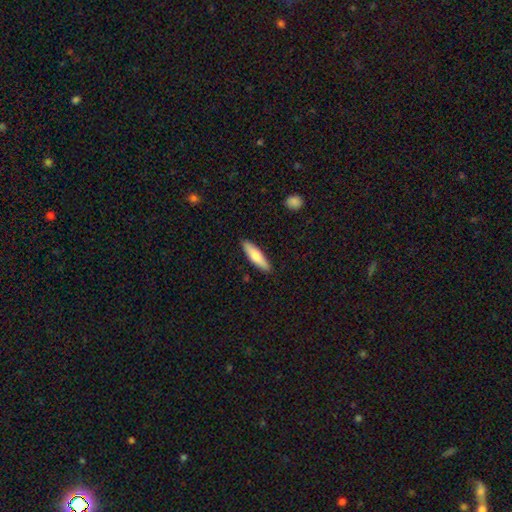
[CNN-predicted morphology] A smooth galaxy with no disk features (68%) that is cigar-shaped (68%).

Vote fractions:
- Smooth or featured? smooth: 68% / featured or disk: 26% / star or artifact: 5%
- How rounded? cigar-shaped: 68% / in between: 31% / round: 2%
- Merging? none: 89% / minor disturbance: 8% / major disturbance: 2% / merger: 1%